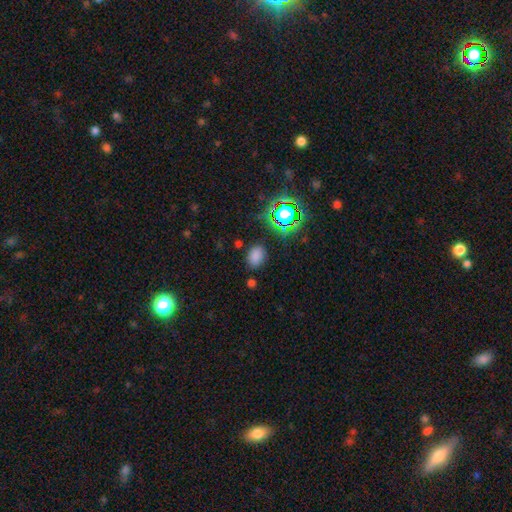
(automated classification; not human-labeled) Morphology: type=smooth (74%); roundness=in between (75%); merging=none (81%).